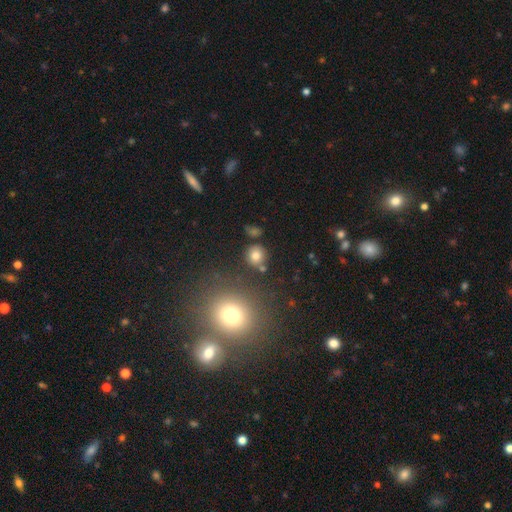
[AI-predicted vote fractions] Smooth or featured?
  - smooth: 79% *
  - star or artifact: 14%
  - featured or disk: 8%
How rounded?
  - round: 87% *
  - in between: 12%
  - cigar-shaped: 1%
Merging?
  - none: 79% *
  - minor disturbance: 10%
  - merger: 8%
  - major disturbance: 3%